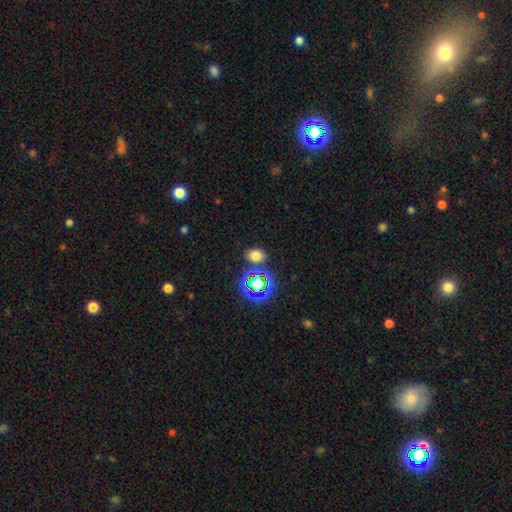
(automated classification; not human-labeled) smooth-or-featured: smooth: 66% | star or artifact: 26% | featured or disk: 7%
  how-rounded: in between: 64% | round: 35% | cigar-shaped: 1%
  merging: none: 77% | minor disturbance: 11% | merger: 8% | major disturbance: 4%